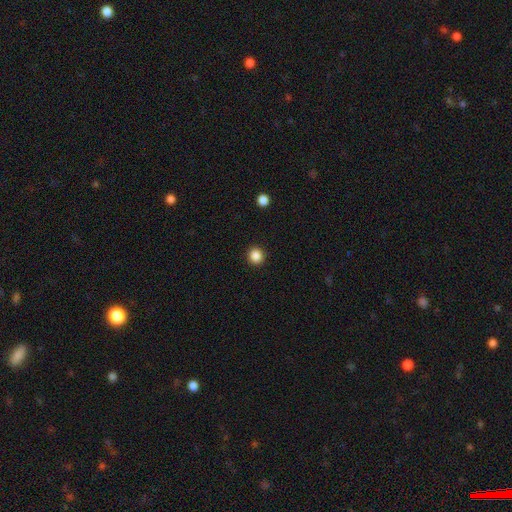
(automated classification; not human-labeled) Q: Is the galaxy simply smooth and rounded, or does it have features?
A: smooth — 86%.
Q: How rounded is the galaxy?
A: round — 93%.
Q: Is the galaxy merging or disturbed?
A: none — 93%.